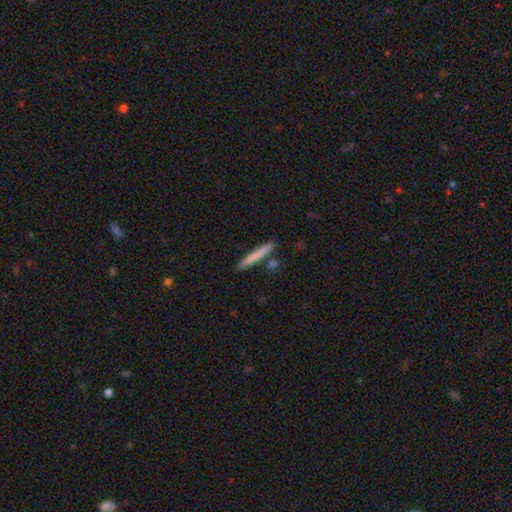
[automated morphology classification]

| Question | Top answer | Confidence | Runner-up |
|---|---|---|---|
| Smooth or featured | smooth | 74% | featured or disk (20%) |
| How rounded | cigar-shaped | 96% | in between (3%) |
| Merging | none | 86% | minor disturbance (8%) |